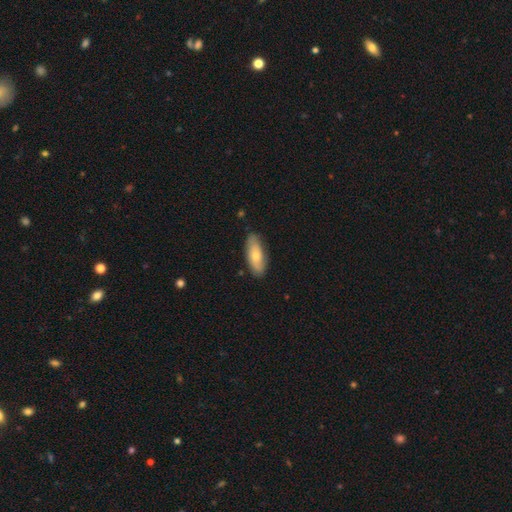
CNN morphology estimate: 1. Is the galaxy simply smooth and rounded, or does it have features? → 69% smooth, 26% featured or disk, 6% star or artifact.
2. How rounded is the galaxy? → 78% in between, 20% cigar-shaped, 2% round.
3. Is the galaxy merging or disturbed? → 80% none, 16% minor disturbance, 3% major disturbance, 1% merger.